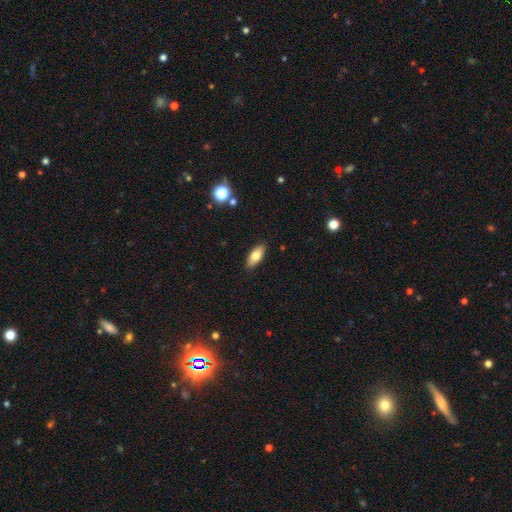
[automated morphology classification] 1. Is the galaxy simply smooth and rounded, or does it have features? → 75% smooth, 17% featured or disk, 7% star or artifact.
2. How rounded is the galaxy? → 80% in between, 17% cigar-shaped, 3% round.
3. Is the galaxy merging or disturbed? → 89% none, 8% minor disturbance, 2% major disturbance, 1% merger.